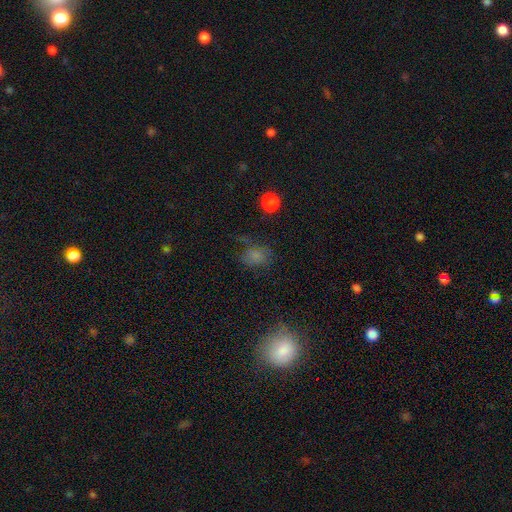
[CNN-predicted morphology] Smooth or featured: smooth — 64% (star or artifact — 24%)
How rounded: in between — 59% (round — 39%)
Merging: none — 56% (minor disturbance — 23%)